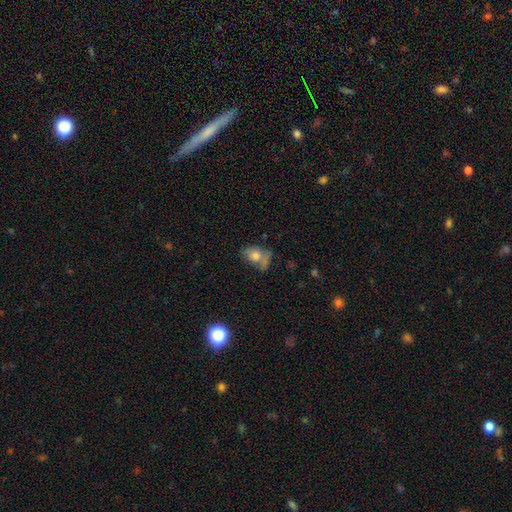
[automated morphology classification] Smooth or featured? Predicted: smooth (p=0.61). How rounded? Predicted: in between (p=0.65). Merging? Predicted: none (p=0.38).